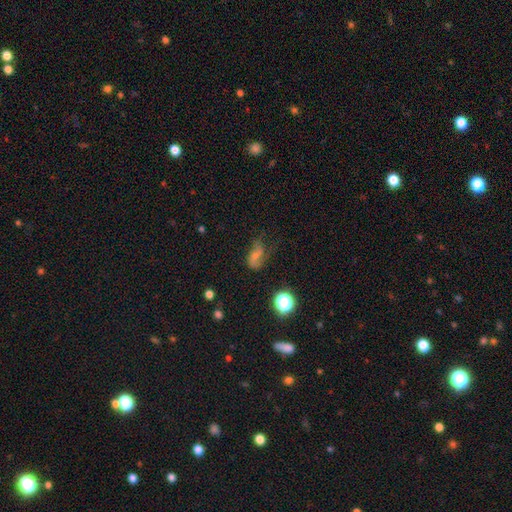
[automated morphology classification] Smooth or featured?
  - smooth: 47% *
  - featured or disk: 37%
  - star or artifact: 16%
Merging?
  - none: 44% *
  - minor disturbance: 28%
  - major disturbance: 25%
  - merger: 4%